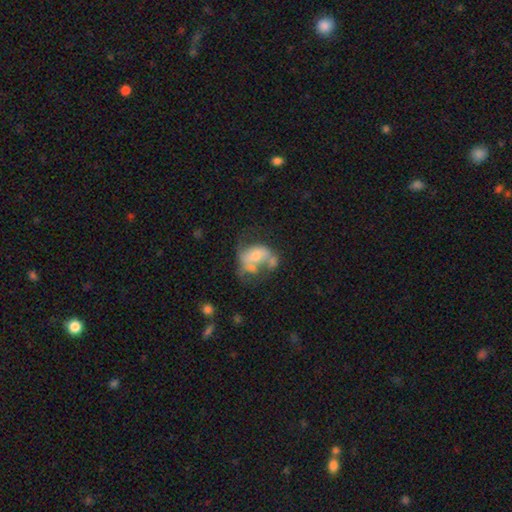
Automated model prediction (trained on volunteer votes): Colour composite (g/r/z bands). It shows a featured or disk galaxy (57%) with no bar (71%), no spiral arms (57%) and a moderate central bulge (53%). Merging: major disturbance (30%).